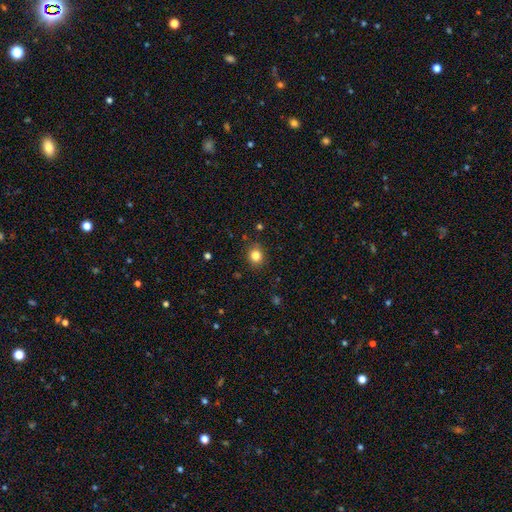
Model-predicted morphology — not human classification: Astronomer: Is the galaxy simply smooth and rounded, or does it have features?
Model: smooth — 82%.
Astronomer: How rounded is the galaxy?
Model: round — 74%.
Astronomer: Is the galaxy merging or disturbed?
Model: none — 86%.